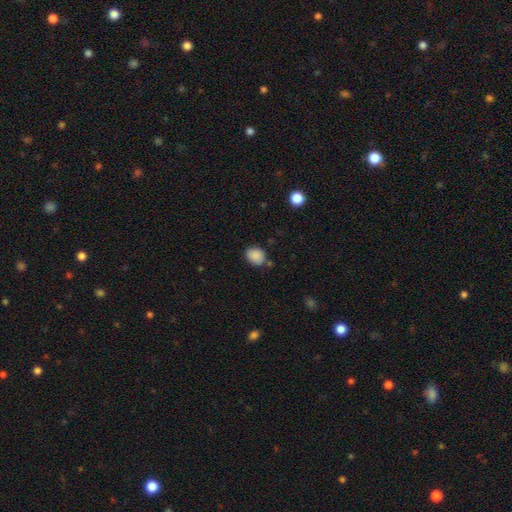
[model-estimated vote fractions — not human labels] The model was most divided on "how rounded": in between: 53%, round: 46%, cigar-shaped: 1%. More confident: smooth or featured — smooth (88%); merging — none (76%).